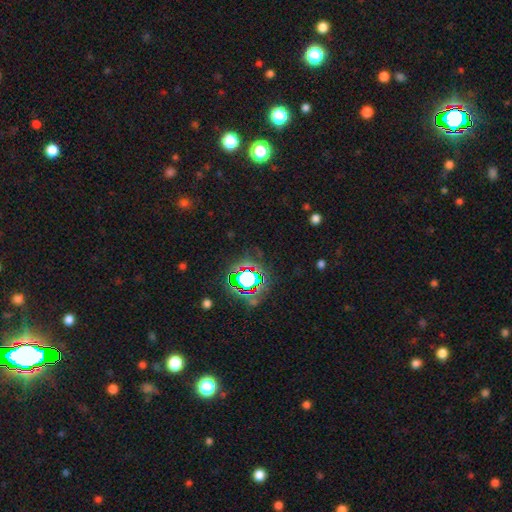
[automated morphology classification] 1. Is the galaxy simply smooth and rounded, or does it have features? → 78% star or artifact, 14% smooth, 8% featured or disk.